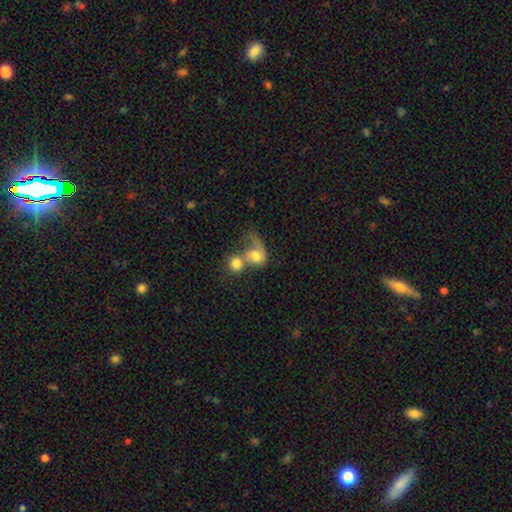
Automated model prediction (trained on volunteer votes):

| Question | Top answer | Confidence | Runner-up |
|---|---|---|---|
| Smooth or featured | smooth | 59% | featured or disk (32%) |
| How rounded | round | 54% | in between (44%) |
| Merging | merger | 72% | major disturbance (12%) |